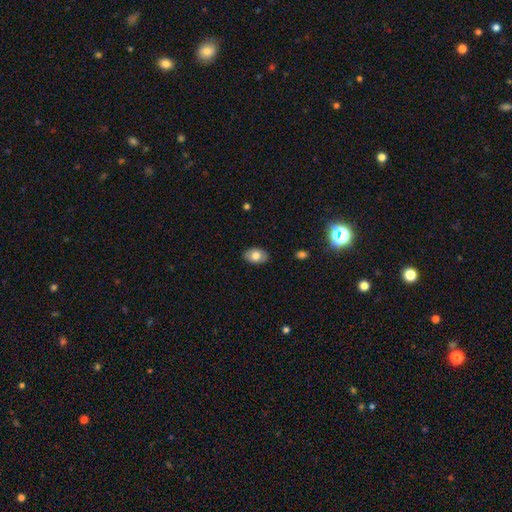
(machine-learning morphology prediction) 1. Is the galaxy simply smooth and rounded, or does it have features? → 74% smooth, 18% featured or disk, 7% star or artifact.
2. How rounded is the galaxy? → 87% in between, 12% round, 1% cigar-shaped.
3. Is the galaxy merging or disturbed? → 86% none, 11% minor disturbance, 2% major disturbance, 1% merger.